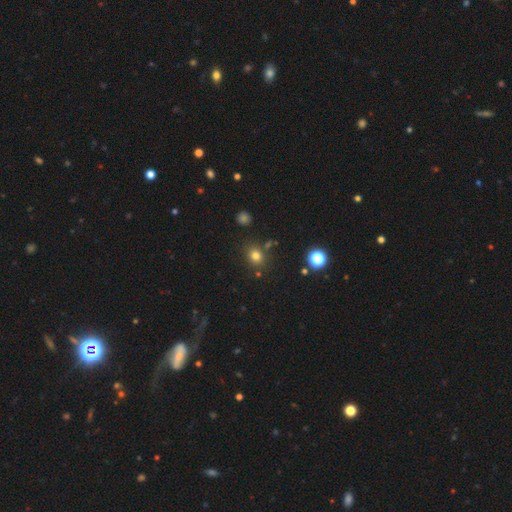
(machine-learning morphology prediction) Smooth or featured? Predicted: smooth (p=0.76). How rounded? Predicted: round (p=0.70). Merging? Predicted: none (p=0.80).